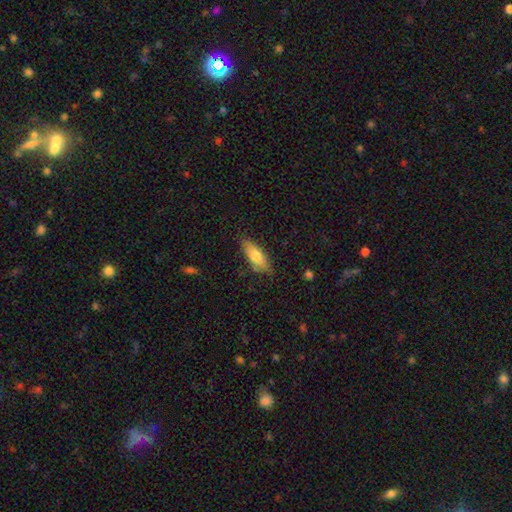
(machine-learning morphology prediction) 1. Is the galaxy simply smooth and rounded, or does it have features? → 67% smooth, 26% featured or disk, 6% star or artifact.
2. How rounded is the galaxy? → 63% in between, 35% cigar-shaped, 3% round.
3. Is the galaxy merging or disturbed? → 78% none, 17% minor disturbance, 3% major disturbance, 2% merger.